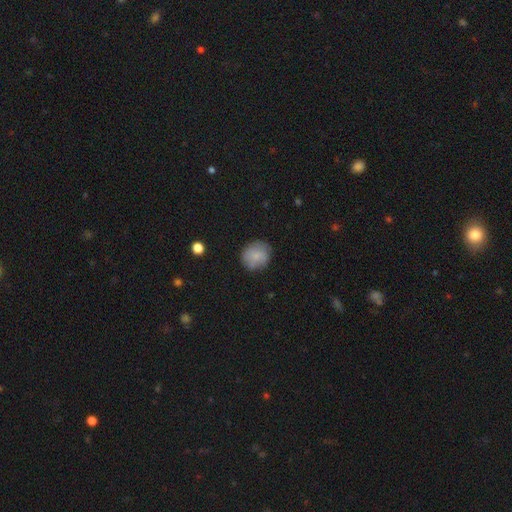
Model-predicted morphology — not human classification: A smooth galaxy with no disk features (76%) that is round (79%). Merging: none (73%).